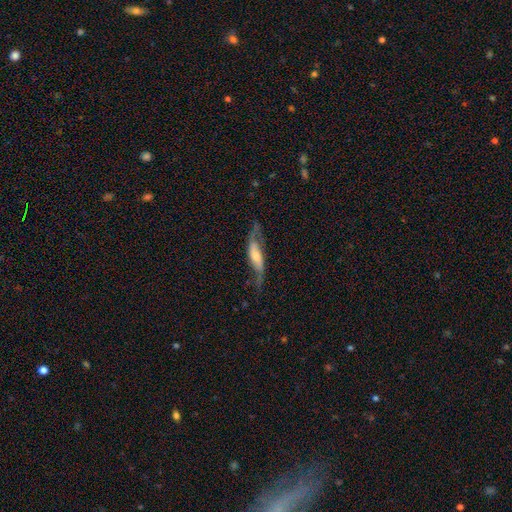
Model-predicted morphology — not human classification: type=featured or disk (70%); edge-on=no (73%); bar=no (46%); spiral arms=yes (86%); bulge=moderate (45%); merging=none (58%).